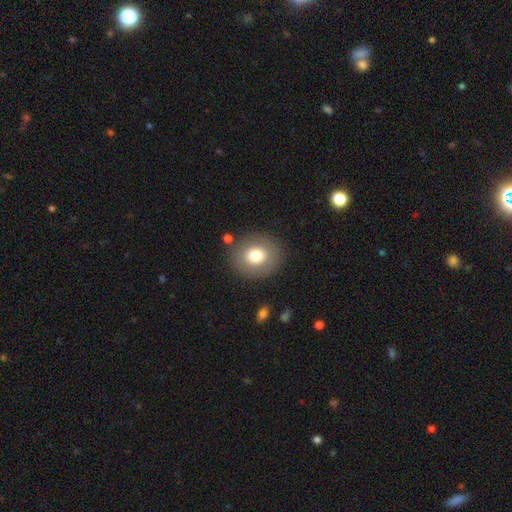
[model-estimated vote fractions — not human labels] This appears to be a smooth galaxy with no disk features (74%) that is round (75%). Merging: none (86%).